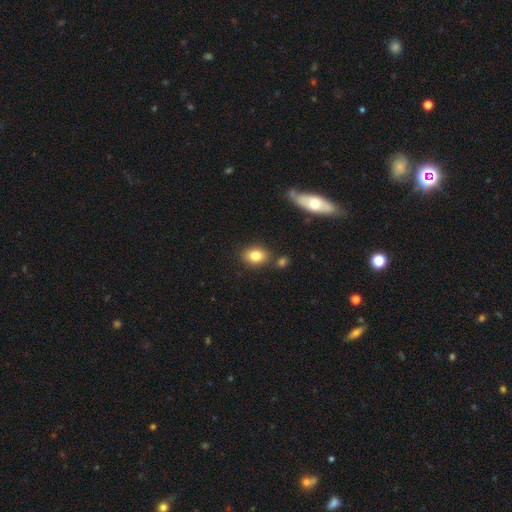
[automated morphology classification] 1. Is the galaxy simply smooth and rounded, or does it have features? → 82% smooth, 9% featured or disk, 9% star or artifact.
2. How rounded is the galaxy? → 76% in between, 23% round, 2% cigar-shaped.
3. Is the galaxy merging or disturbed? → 77% none, 11% minor disturbance, 8% merger, 3% major disturbance.